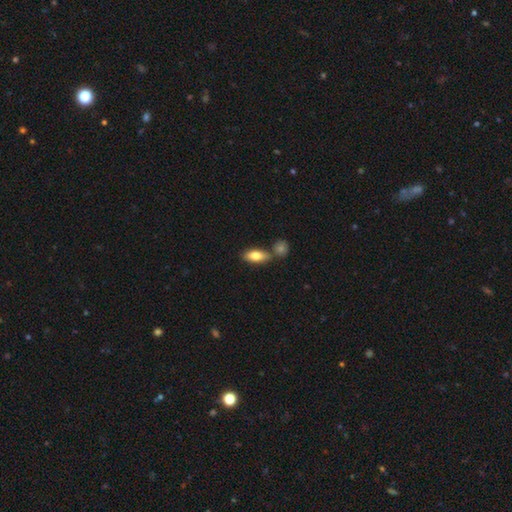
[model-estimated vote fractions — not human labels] Overall: smooth (78%). How rounded: in between (83%). Merging: none (67%).